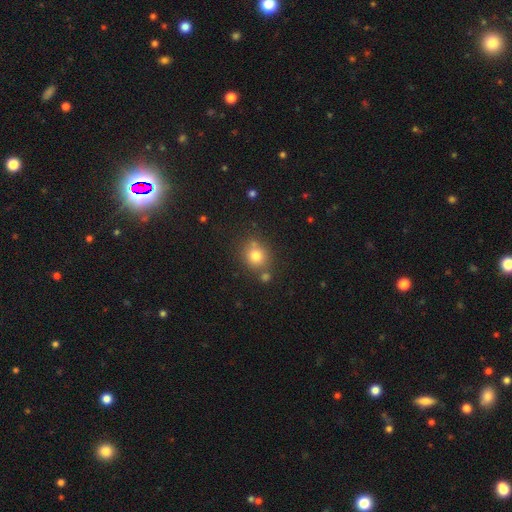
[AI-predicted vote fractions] This is likely a smooth galaxy (77%). How rounded: likely round (78%). Merging: likely none (71%).